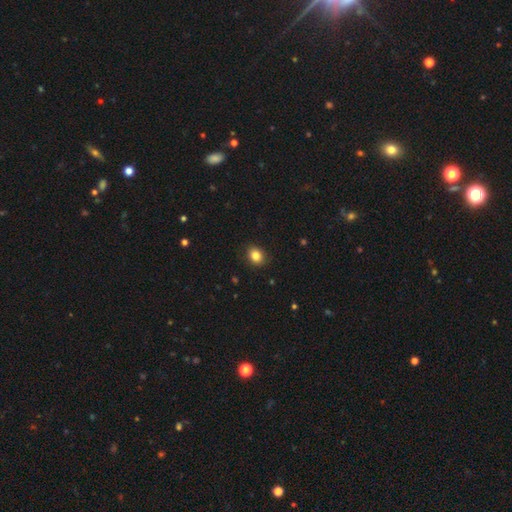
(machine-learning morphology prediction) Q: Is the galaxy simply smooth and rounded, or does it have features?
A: smooth — 85%.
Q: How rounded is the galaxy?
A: round — 55%.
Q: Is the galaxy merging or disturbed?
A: none — 90%.